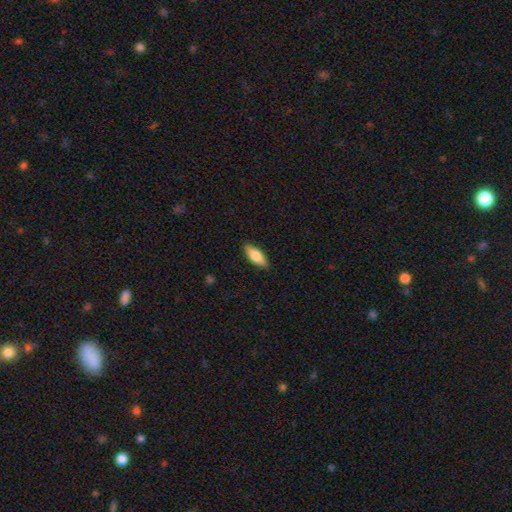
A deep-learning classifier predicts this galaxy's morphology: smooth_or_featured: smooth (p=0.74) [alt: featured or disk p=0.20]
how_rounded: in between (p=0.71) [alt: cigar-shaped p=0.27]
merging: none (p=0.89) [alt: minor disturbance p=0.09]